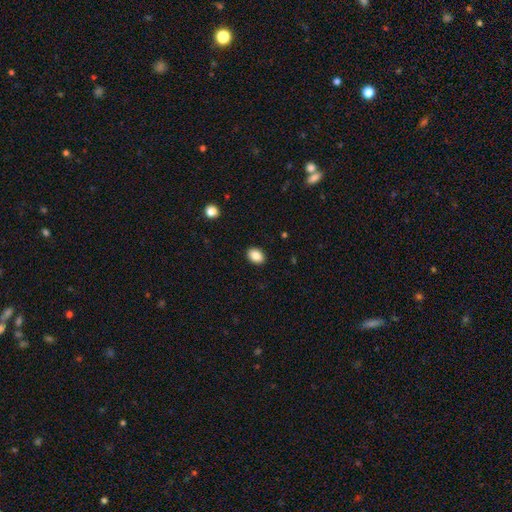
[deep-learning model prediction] Overall: smooth (87%). How rounded: in between (74%). Merging: none (90%).